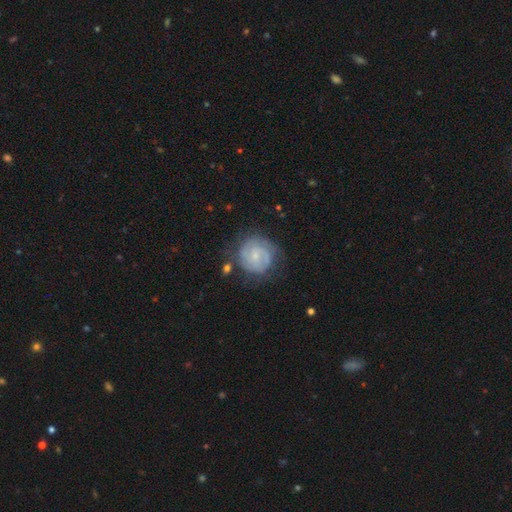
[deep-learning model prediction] Overall: featured or disk (68%). Edge-on disk: no (98%). Bar: no (60%; weak 35%). Spiral arms: yes (89%). Spiral arm count: 2 (42%; can't tell 30%). Spiral winding: tight (60%; medium 31%). Bulge size: small (71%). Merging: none (66%).